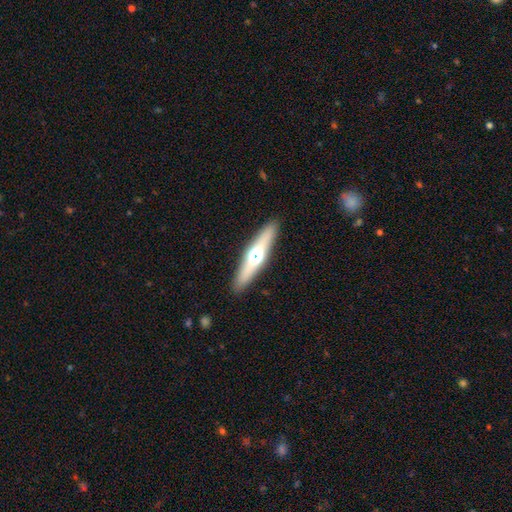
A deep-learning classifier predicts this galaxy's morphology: Q: Smooth or featured?
A: featured or disk (49%); runner-up: smooth (43%)
Q: Merging?
A: none (90%); runner-up: minor disturbance (7%)